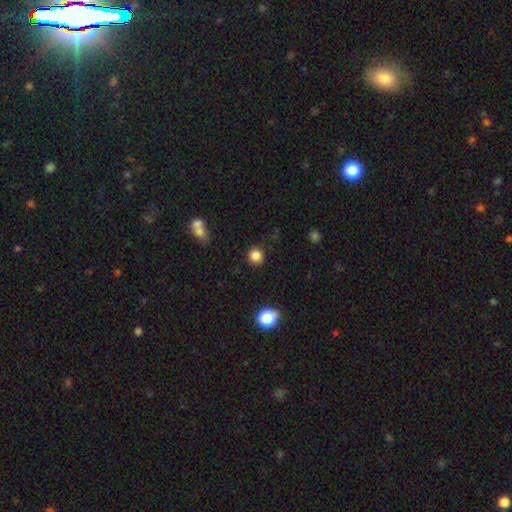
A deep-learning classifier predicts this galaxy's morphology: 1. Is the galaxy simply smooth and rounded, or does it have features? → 84% smooth, 12% star or artifact, 4% featured or disk.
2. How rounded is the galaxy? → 90% round, 9% in between, 1% cigar-shaped.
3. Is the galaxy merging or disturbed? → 88% none, 7% minor disturbance, 2% major disturbance, 2% merger.